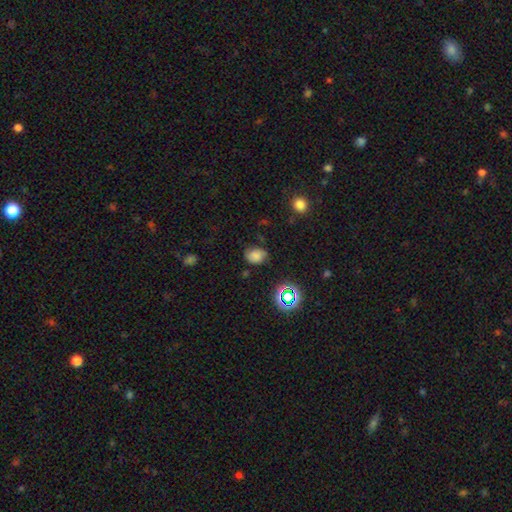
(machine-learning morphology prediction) A smooth galaxy with no disk features (67%) that is in between round and cigar-shaped (64%). Merging: none (66%).